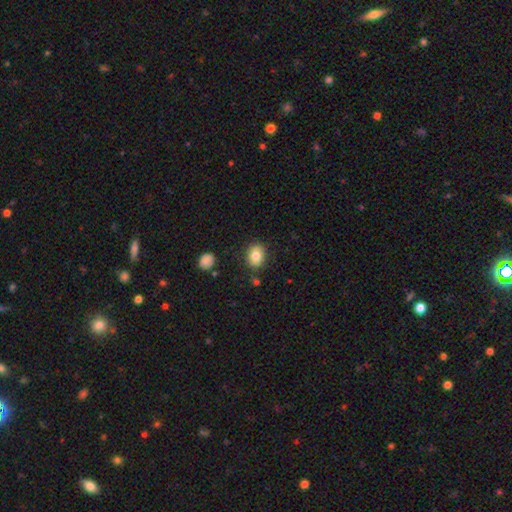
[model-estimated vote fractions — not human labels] Morphology: type=smooth (81%); roundness=in between (65%); merging=none (82%).